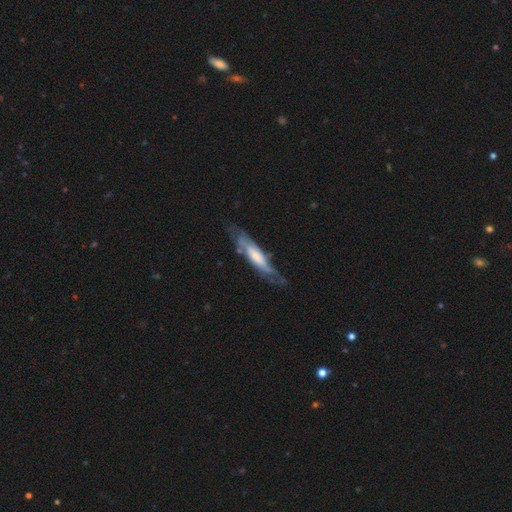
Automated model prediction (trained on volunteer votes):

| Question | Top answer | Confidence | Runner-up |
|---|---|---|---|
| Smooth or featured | featured or disk | 67% | smooth (27%) |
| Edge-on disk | no | 58% | yes (42%) |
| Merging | none | 57% | minor disturbance (25%) |